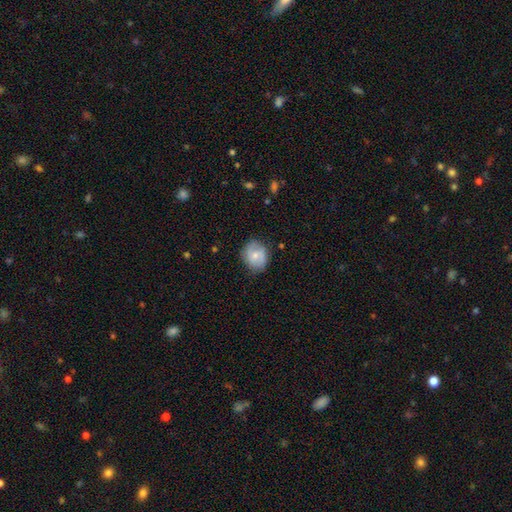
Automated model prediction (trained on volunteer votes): Overall: smooth (50%; featured or disk 43%). Merging: none (77%).